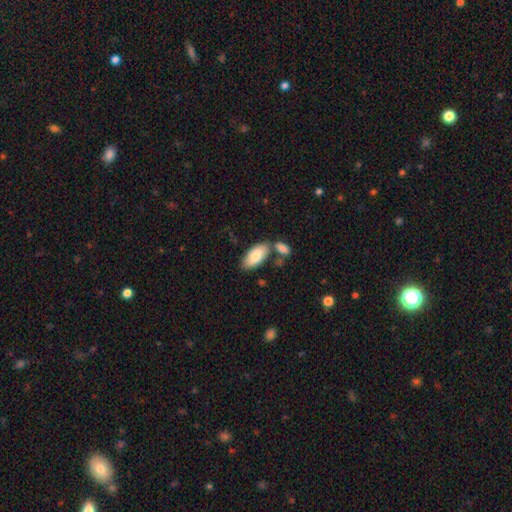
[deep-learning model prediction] Smooth or featured: smooth — 82% (featured or disk — 13%)
How rounded: in between — 92% (cigar-shaped — 7%)
Merging: none — 62% (merger — 21%)